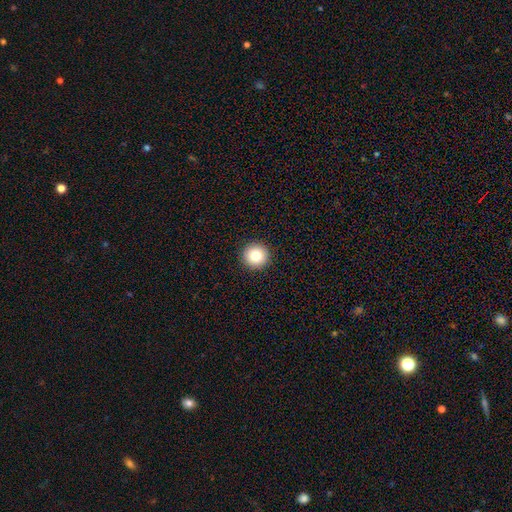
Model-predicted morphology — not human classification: Smooth or featured? smooth (81%)
How rounded? round (96%)
Merging? none (94%)